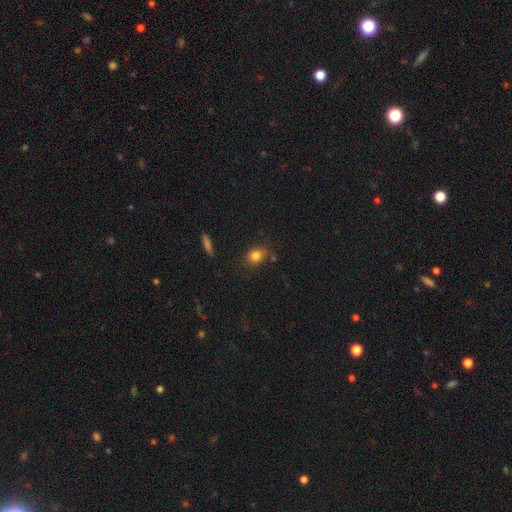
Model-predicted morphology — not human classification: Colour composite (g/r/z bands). It shows a smooth galaxy with no disk features (81%) that is round (54%). Merging: none (68%).